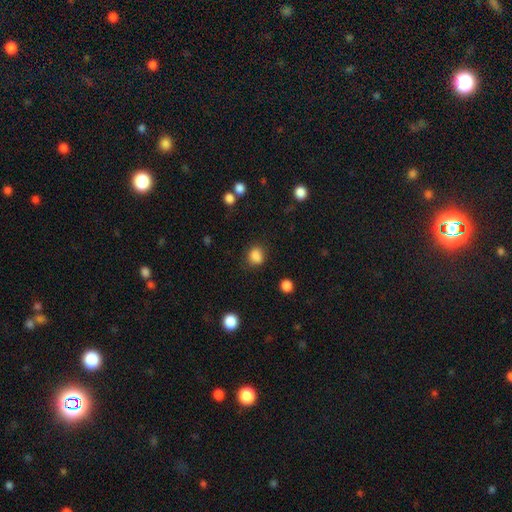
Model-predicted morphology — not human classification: type=smooth (84%); roundness=round (55%); merging=none (74%).